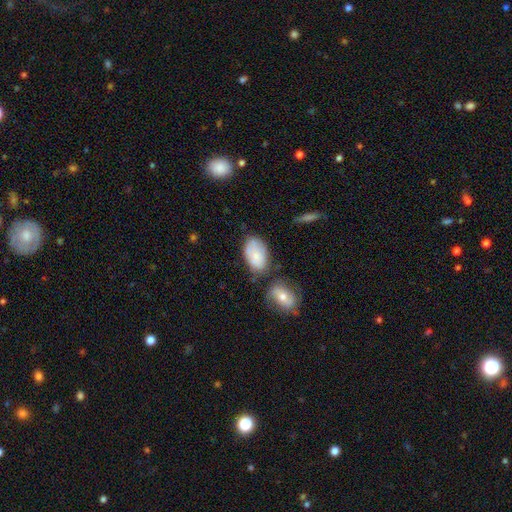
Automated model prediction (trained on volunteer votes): Overall: smooth (74%). How rounded: in between (92%). Merging: none (46%; minor disturbance 26%).